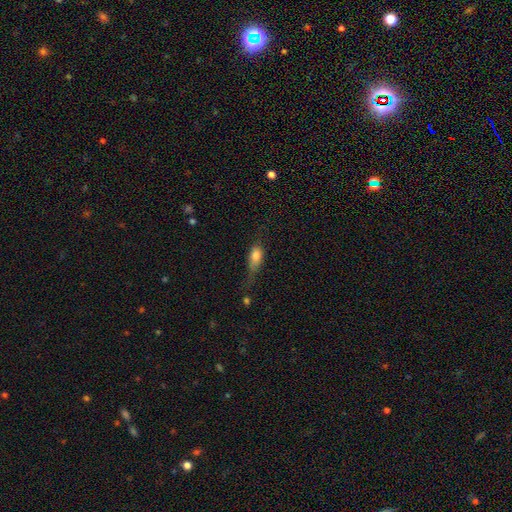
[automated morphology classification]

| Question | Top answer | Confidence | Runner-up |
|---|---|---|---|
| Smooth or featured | smooth | 75% | featured or disk (16%) |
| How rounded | in between | 75% | cigar-shaped (17%) |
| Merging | minor disturbance | 34% | none (31%) |